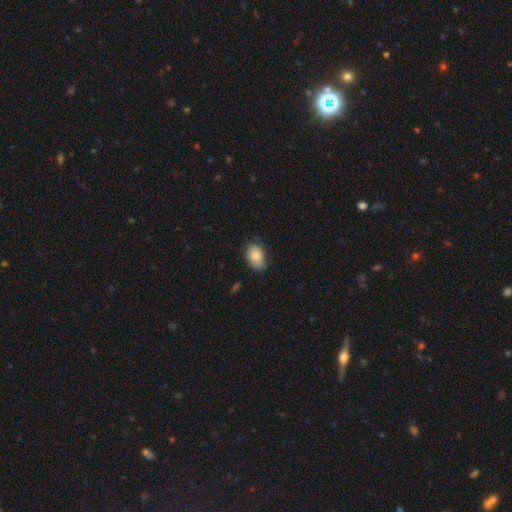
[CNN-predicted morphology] This is clearly a smooth galaxy (85%). How rounded: clearly in between (88%). Merging: likely none (70%).